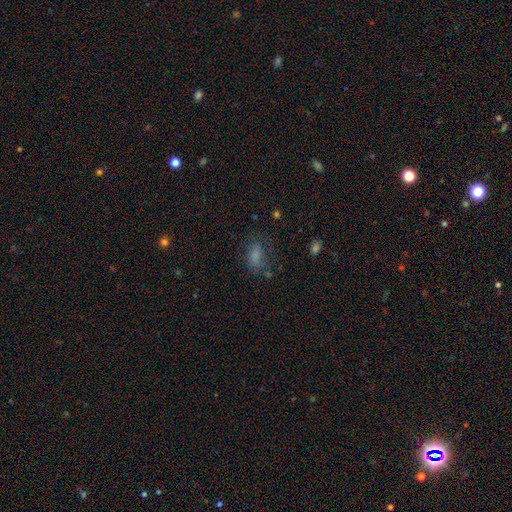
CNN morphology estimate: This is likely a smooth galaxy (73%). How rounded: clearly in between (85%). Merging: possibly none (58%).